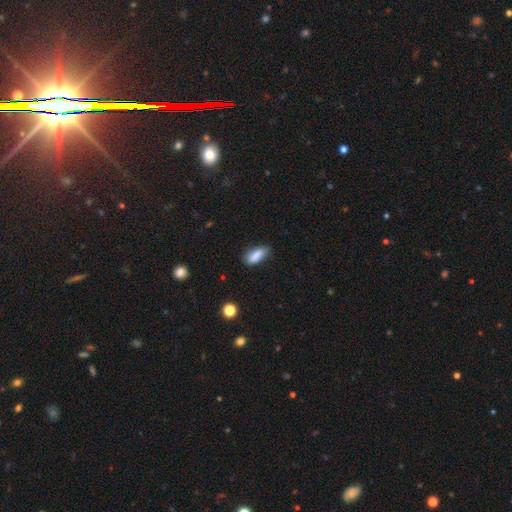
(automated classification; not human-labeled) A smooth galaxy with no disk features (85%) that is in between round and cigar-shaped (80%). Merging: none (68%).